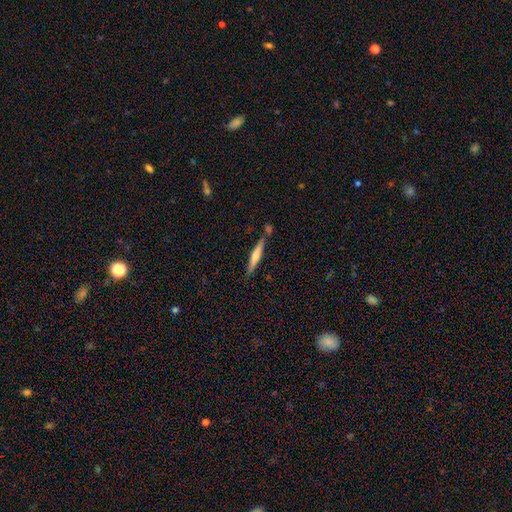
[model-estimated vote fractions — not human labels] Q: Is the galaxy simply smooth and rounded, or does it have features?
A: smooth — 50%.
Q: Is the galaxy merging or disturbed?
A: none — 73%.